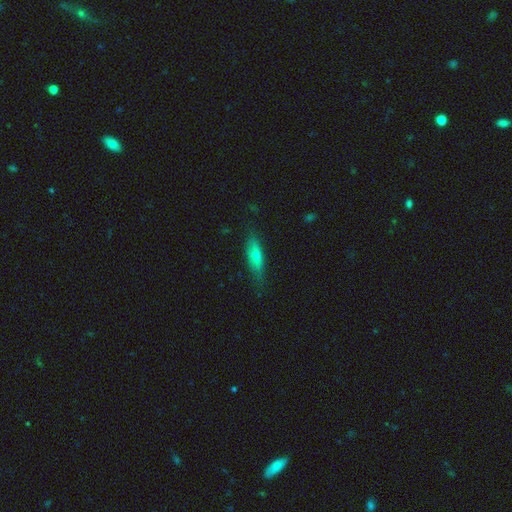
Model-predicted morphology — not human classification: This is possibly a smooth galaxy (54%). How rounded: likely cigar-shaped (67%). Merging: likely none (78%).